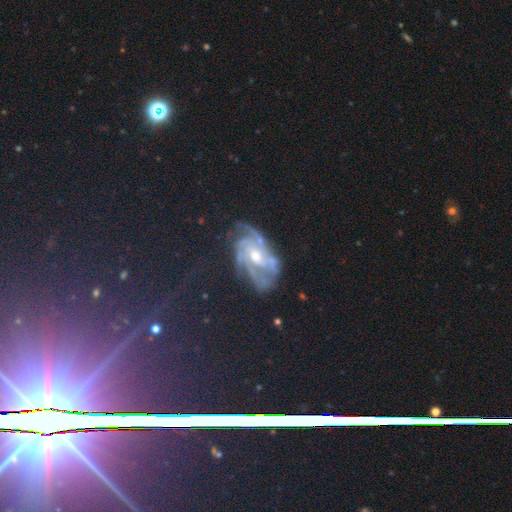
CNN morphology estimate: featured or disk 68%, star or artifact 21%, smooth 11%. Down the decision tree: edge-on disk — no (96%); bar — no (56%); spiral arms — yes (93%); spiral arm count — 3 (25%); spiral winding — tight (49%); bulge size — moderate (52%); merging — none (62%).